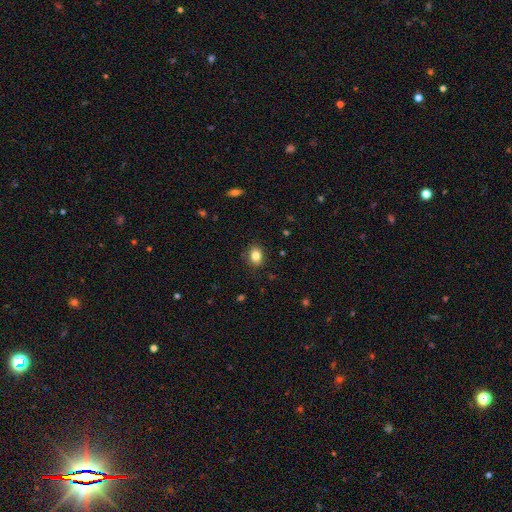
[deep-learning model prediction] Smooth or featured? Predicted: smooth (p=0.83). How rounded? Predicted: in between (p=0.58). Merging? Predicted: none (p=0.87).